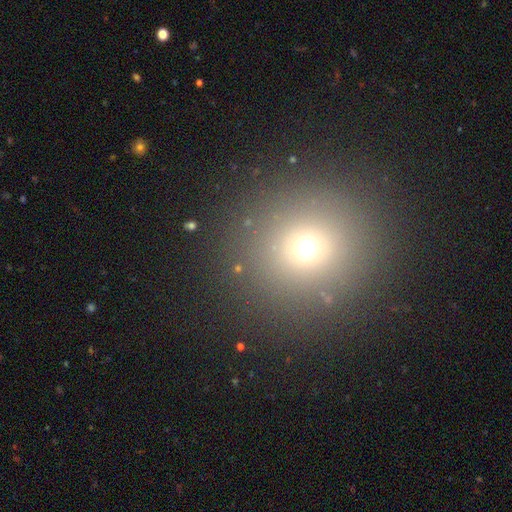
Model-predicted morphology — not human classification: This appears to be a smooth galaxy with no disk features (65%) that is round (88%). Merging: none (89%).